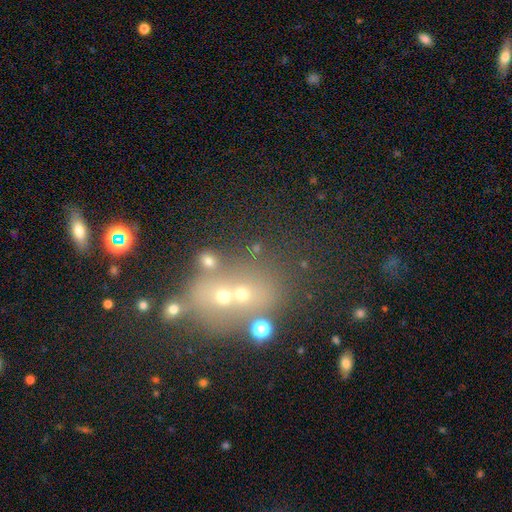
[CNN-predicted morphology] Smooth or featured?
  - smooth: 37% * (tied)
  - star or artifact: 37% * (tied)
  - featured or disk: 27%
Merging?
  - none: 46% *
  - merger: 34%
  - minor disturbance: 12%
  - major disturbance: 8%